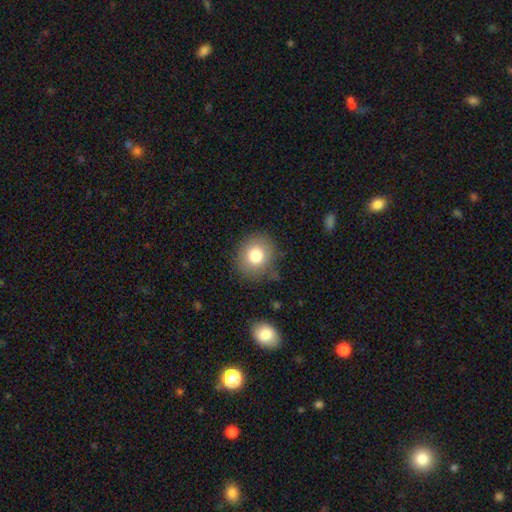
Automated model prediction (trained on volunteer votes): A smooth galaxy with no disk features (79%) that is round (81%). Merging: none (81%).